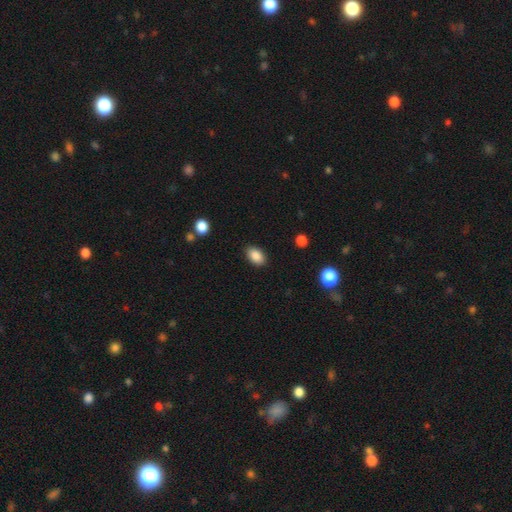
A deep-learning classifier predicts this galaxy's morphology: A smooth galaxy with no disk features (88%) that is in between round and cigar-shaped (88%).

Vote fractions:
- Smooth or featured? smooth: 88% / star or artifact: 8% / featured or disk: 4%
- How rounded? in between: 88% / round: 10% / cigar-shaped: 1%
- Merging? none: 88% / minor disturbance: 9% / major disturbance: 2% / merger: 1%